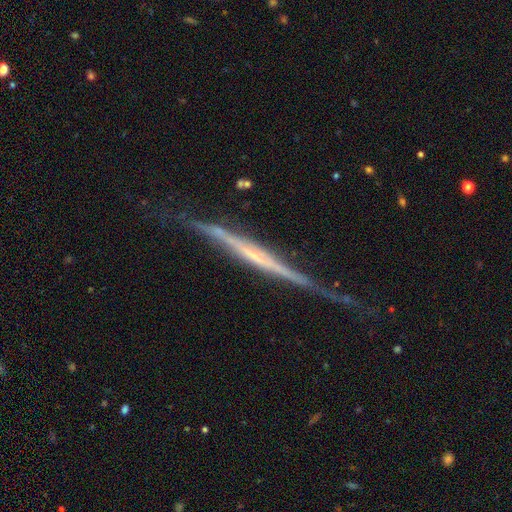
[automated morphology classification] Smooth or featured? Predicted: featured or disk (p=0.81). Edge-on disk? Predicted: yes (p=0.95). Edge-on bulge? Predicted: none (p=0.60). Merging? Predicted: none (p=0.61).